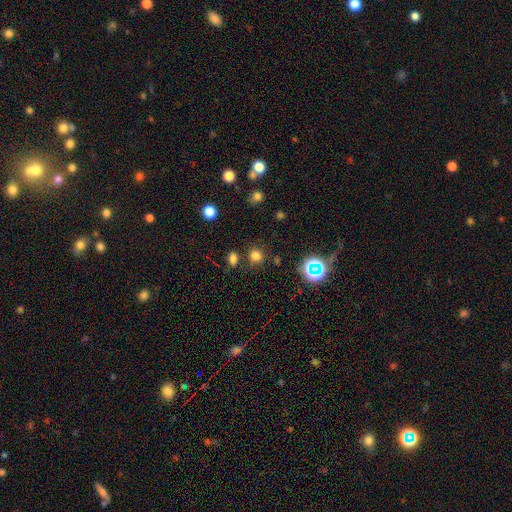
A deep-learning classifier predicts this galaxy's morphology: Smooth or featured?
  - smooth: 73% *
  - star or artifact: 21%
  - featured or disk: 5%
How rounded?
  - round: 83% *
  - in between: 15%
  - cigar-shaped: 1%
Merging?
  - none: 79% *
  - minor disturbance: 9%
  - merger: 8%
  - major disturbance: 4%